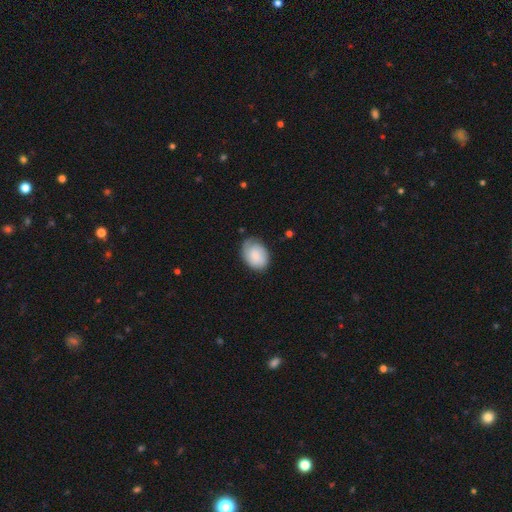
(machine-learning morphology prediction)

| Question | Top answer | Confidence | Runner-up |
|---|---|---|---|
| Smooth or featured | smooth | 73% | featured or disk (21%) |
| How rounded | in between | 75% | round (24%) |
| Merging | none | 67% | minor disturbance (26%) |